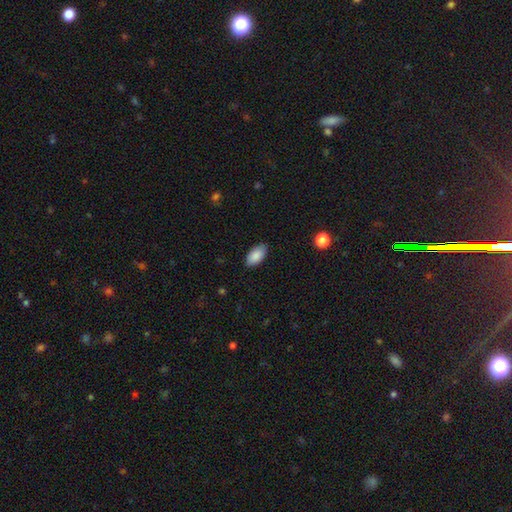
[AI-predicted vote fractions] smooth-or-featured: smooth: 88% | star or artifact: 7% | featured or disk: 6%
  how-rounded: in between: 94% | cigar-shaped: 3% | round: 3%
  merging: none: 85% | minor disturbance: 12% | major disturbance: 2% | merger: 1%